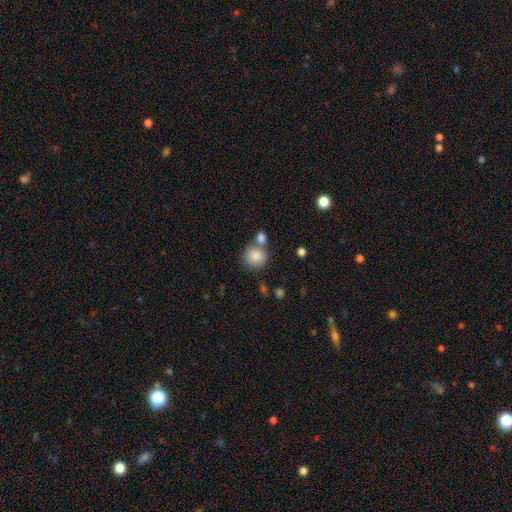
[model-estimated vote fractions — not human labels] This is clearly a smooth galaxy (84%). How rounded: clearly round (88%). Merging: possibly none (57%).